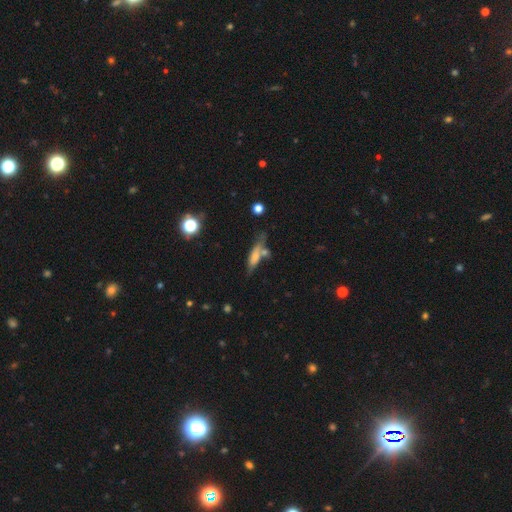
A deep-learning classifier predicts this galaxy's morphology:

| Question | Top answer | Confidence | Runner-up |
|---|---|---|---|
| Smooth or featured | smooth | 60% | featured or disk (31%) |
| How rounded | cigar-shaped | 63% | in between (34%) |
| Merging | none | 49% | merger (22%) |